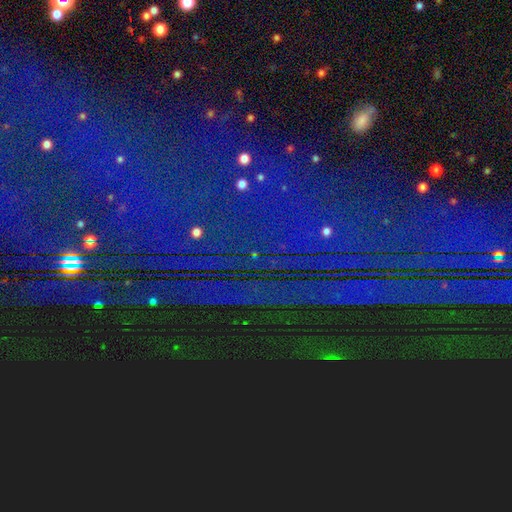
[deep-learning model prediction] A star or artifact, not a galaxy (87%).

Vote fractions:
- Smooth or featured? star or artifact: 87% / featured or disk: 7% / smooth: 6%